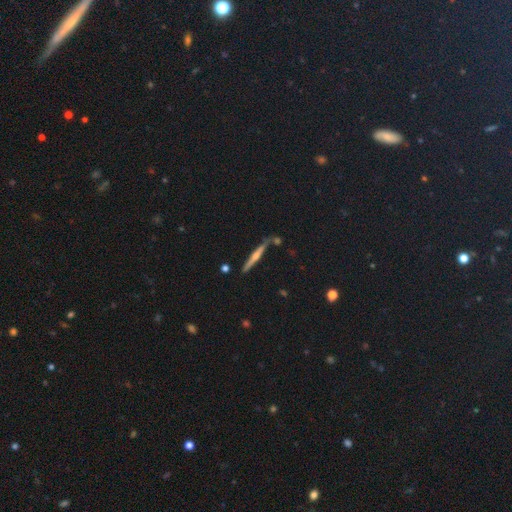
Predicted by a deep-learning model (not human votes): This appears to be a featured or disk galaxy (67%) viewed edge-on (97%) with a rounded central bulge (78%). Merging: none (79%).